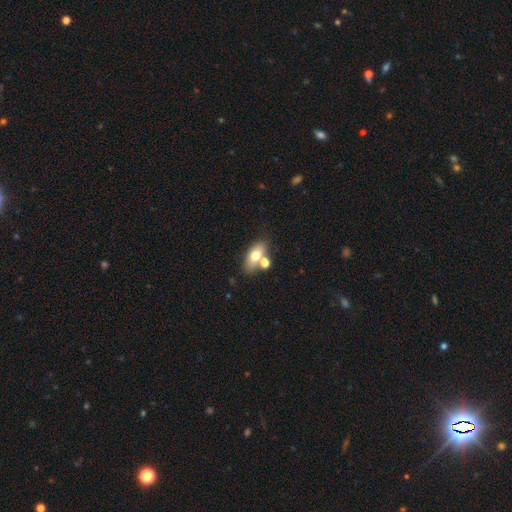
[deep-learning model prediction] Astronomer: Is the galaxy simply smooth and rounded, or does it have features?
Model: smooth — 69%.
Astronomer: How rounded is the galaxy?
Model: in between — 83%.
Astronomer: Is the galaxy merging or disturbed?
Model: none — 49% (runner-up: merger, 35%).